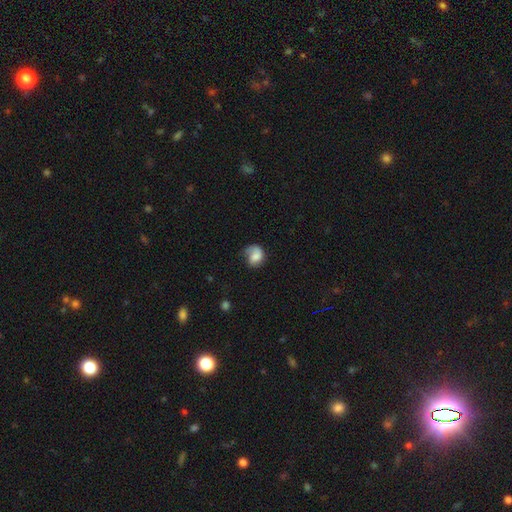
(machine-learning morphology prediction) A smooth galaxy with no disk features (56%) that is round (57%). Merging: none (45%).